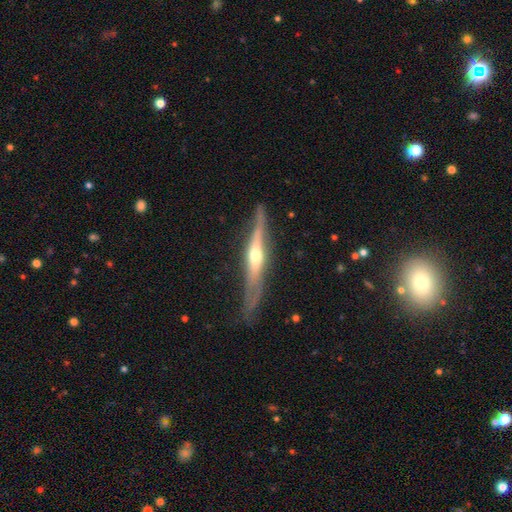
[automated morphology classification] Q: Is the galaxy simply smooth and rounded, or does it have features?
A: featured or disk — 74%.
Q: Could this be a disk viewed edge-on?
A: yes — 92%.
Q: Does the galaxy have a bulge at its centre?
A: rounded — 86%.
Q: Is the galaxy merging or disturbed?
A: none — 76%.